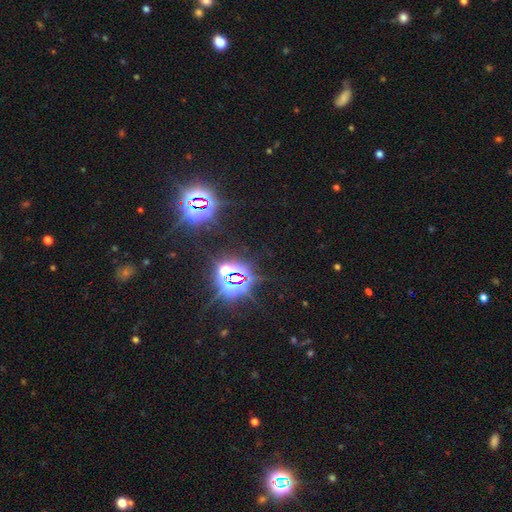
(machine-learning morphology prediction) Smooth or featured?
  - star or artifact: 82% *
  - smooth: 10%
  - featured or disk: 7%